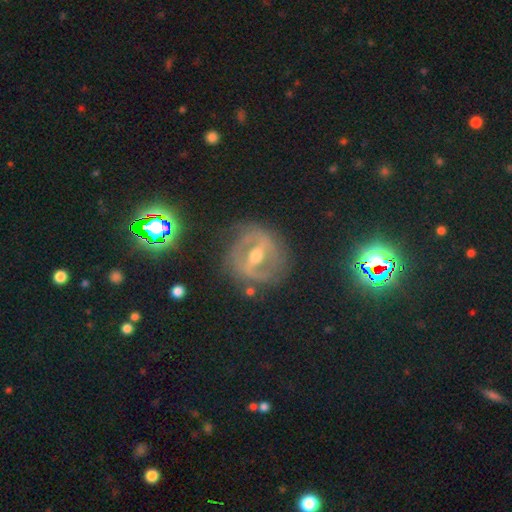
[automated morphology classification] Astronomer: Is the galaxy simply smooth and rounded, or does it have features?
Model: featured or disk — 75%.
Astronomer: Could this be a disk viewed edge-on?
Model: no — 91%.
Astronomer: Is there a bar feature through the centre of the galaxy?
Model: strong — 63%.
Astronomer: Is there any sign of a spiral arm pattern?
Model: yes — 74%.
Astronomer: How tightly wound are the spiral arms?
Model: tight — 45% (runner-up: medium, 39%).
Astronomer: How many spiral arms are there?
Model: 2 — 67%.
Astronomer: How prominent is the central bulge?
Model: moderate — 59% (runner-up: small, 36%).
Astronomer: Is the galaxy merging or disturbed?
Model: none — 78%.